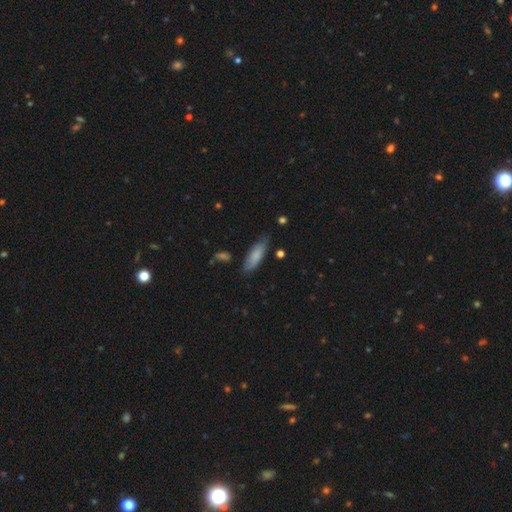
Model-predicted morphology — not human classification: Q: Smooth or featured?
A: smooth (80%); runner-up: featured or disk (14%)
Q: How rounded?
A: in between (56%); runner-up: cigar-shaped (42%)
Q: Merging?
A: none (75%); runner-up: minor disturbance (19%)